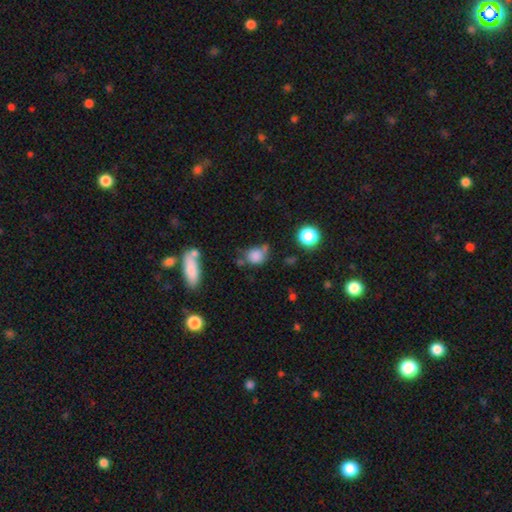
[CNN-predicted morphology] smooth_or_featured: smooth (p=0.81) [alt: star or artifact p=0.12]
how_rounded: round (p=0.65) [alt: in between p=0.33]
merging: none (p=0.50) [alt: minor disturbance p=0.21]